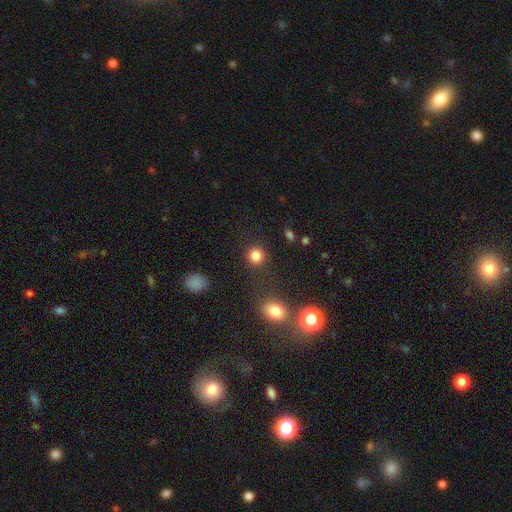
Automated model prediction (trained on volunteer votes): Overall: smooth (83%). How rounded: round (89%). Merging: none (87%).